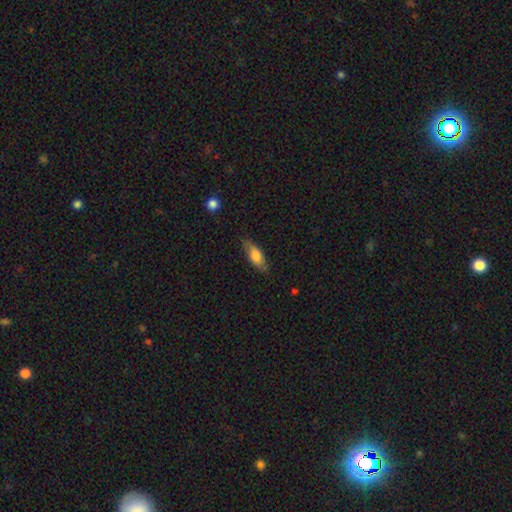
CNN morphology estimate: type=smooth (71%); roundness=in between (70%); merging=none (79%).